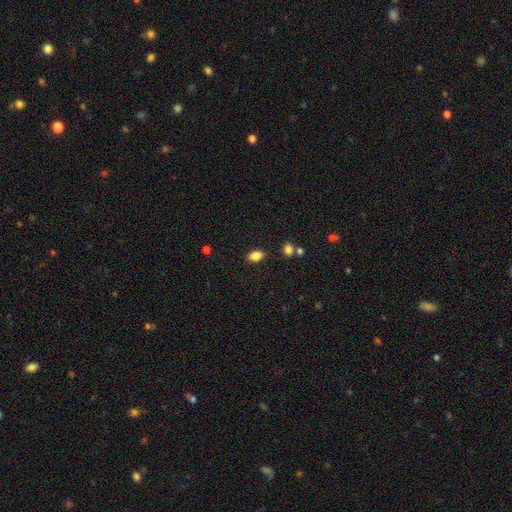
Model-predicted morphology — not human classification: smooth_or_featured: smooth (p=0.85) [alt: star or artifact p=0.10]
how_rounded: in between (p=0.84) [alt: round p=0.14]
merging: none (p=0.83) [alt: minor disturbance p=0.11]